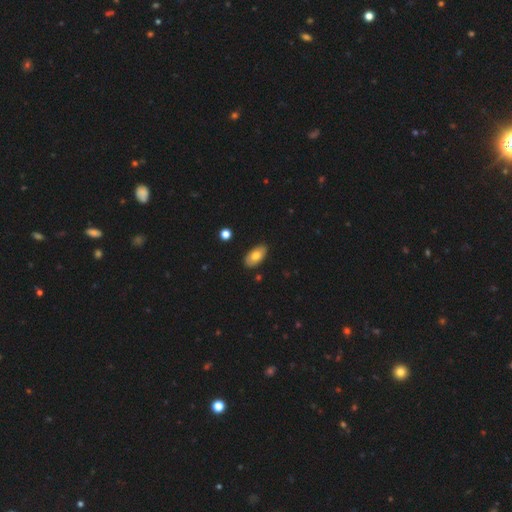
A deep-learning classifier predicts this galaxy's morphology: smooth-or-featured: smooth: 73% | featured or disk: 21% | star or artifact: 7%
  how-rounded: in between: 93% | round: 3% | cigar-shaped: 3%
  merging: none: 87% | minor disturbance: 10% | major disturbance: 2% | merger: 1%